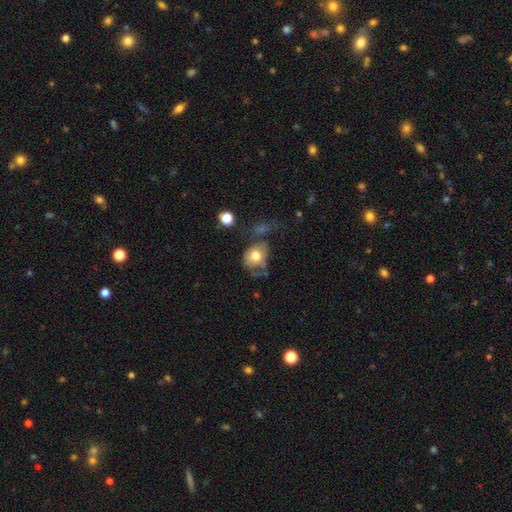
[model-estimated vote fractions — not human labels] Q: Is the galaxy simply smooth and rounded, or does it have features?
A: smooth — 71%.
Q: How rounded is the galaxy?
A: round — 49%, tied with in between.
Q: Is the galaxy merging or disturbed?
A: none — 35%.